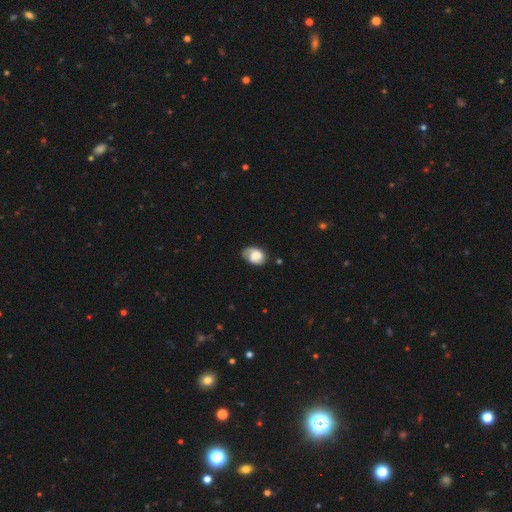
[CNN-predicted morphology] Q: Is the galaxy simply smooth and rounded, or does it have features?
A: smooth — 53%.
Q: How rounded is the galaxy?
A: in between — 71%.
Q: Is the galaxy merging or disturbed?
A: none — 52%.